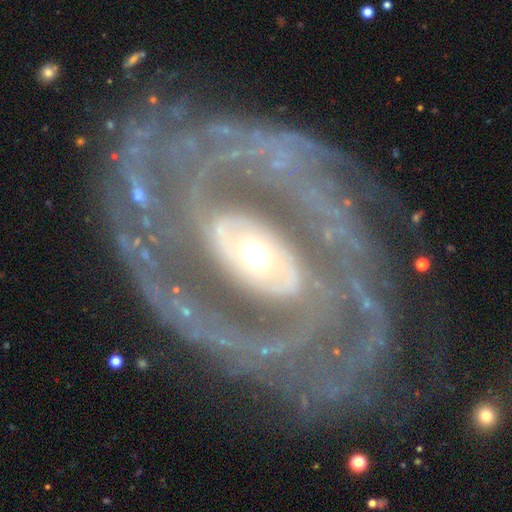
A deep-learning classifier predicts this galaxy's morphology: Smooth or featured: featured or disk — 91% (smooth — 5%)
Edge-on disk: no — 97% (yes — 3%)
Bar: no — 46% (weak — 29%)
Spiral arms: yes — 95% (no — 5%)
Spiral winding: tight — 47% (medium — 39%)
Spiral arm count: 2 — 62% (can't tell — 12%)
Bulge size: moderate — 57% (small — 31%)
Merging: none — 69% (minor disturbance — 15%)